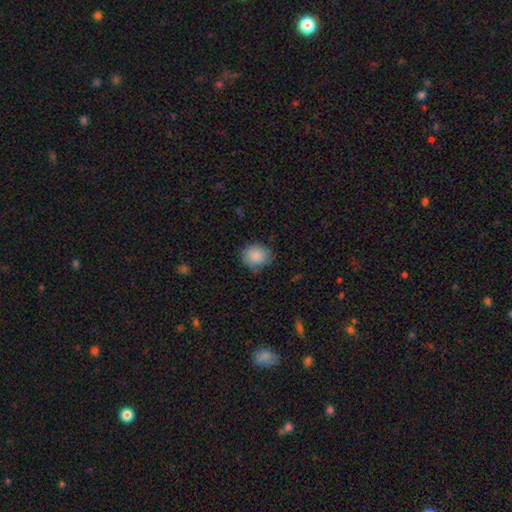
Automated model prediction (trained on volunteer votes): Q: Smooth or featured?
A: smooth (88%); runner-up: star or artifact (8%)
Q: How rounded?
A: round (66%); runner-up: in between (33%)
Q: Merging?
A: none (77%); runner-up: minor disturbance (18%)